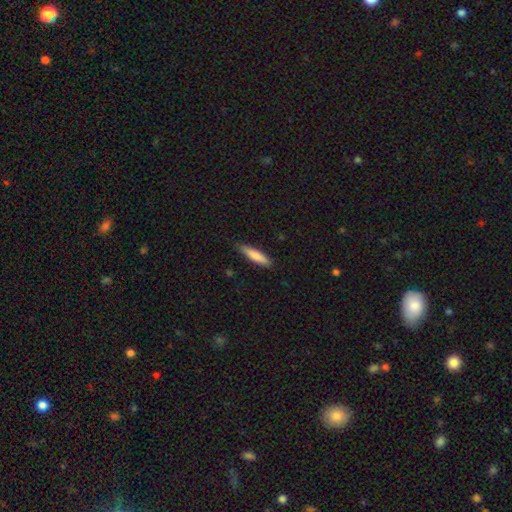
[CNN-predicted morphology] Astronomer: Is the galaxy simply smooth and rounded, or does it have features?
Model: smooth — 79%.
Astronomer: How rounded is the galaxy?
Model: cigar-shaped — 83%.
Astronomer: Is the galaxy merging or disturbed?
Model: none — 84%.